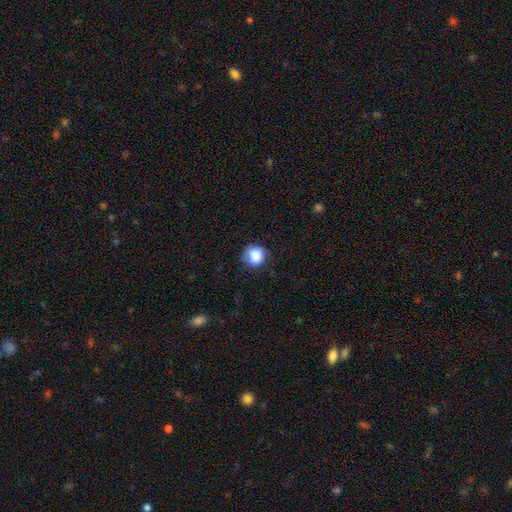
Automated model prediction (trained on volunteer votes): Smooth or featured? smooth (85%)
How rounded? round (83%)
Merging? none (65%)